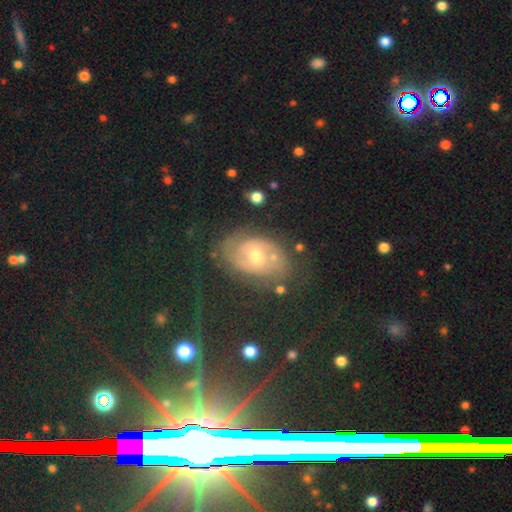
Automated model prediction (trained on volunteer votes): This is likely a featured or disk galaxy (61%). It is clearly not viewed edge-on (95%). Bar: likely no (62%). Spiral arm pattern: likely yes (76%). Central bulge: likely moderate (69%). Merging: likely none (70%).